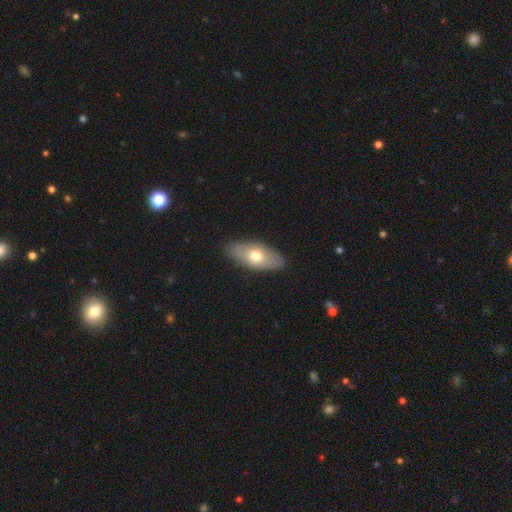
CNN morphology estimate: This appears to be a smooth galaxy with no disk features (64%) that is in between round and cigar-shaped (85%). Merging: none (84%).